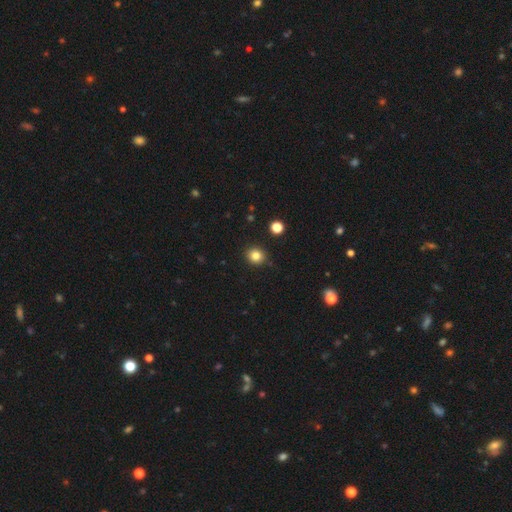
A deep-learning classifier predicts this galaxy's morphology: A smooth galaxy with no disk features (83%) that is round (86%).

Vote fractions:
- Smooth or featured? smooth: 83% / star or artifact: 12% / featured or disk: 5%
- How rounded? round: 86% / in between: 13% / cigar-shaped: 1%
- Merging? none: 90% / minor disturbance: 6% / major disturbance: 2% / merger: 2%